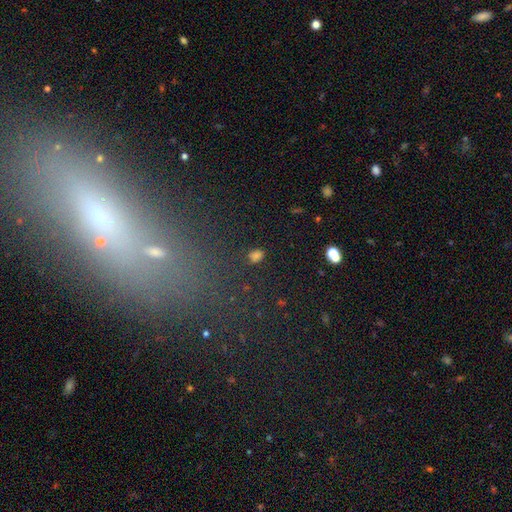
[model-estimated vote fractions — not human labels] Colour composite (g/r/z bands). It shows a smooth galaxy with no disk features (69%) that is in between round and cigar-shaped (67%). Merging: none (79%).